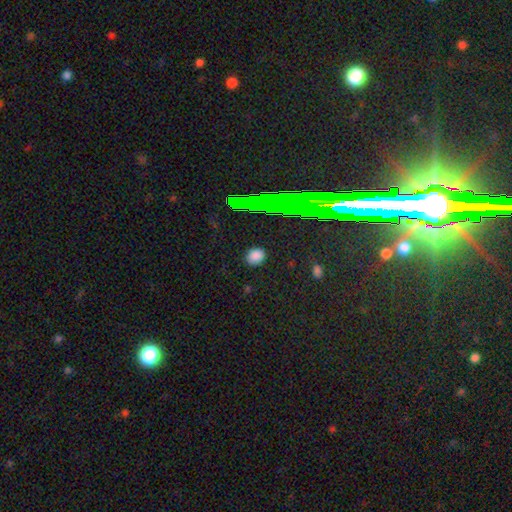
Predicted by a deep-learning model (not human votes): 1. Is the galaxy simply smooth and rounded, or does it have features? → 80% smooth, 15% star or artifact, 5% featured or disk.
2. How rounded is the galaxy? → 77% round, 22% in between, 2% cigar-shaped.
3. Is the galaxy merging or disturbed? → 88% none, 8% minor disturbance, 3% major disturbance, 1% merger.